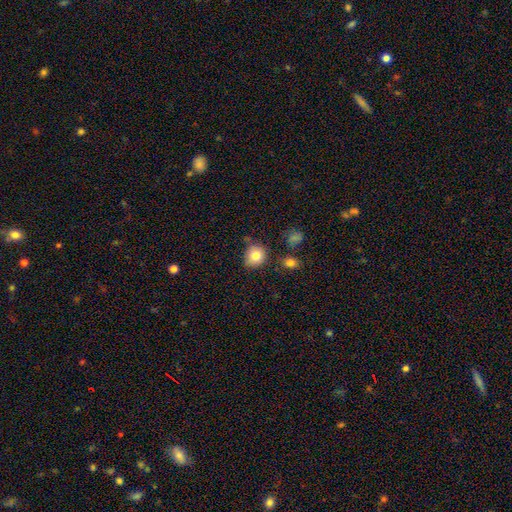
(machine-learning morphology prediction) type=smooth (79%); roundness=round (82%); merging=none (69%).